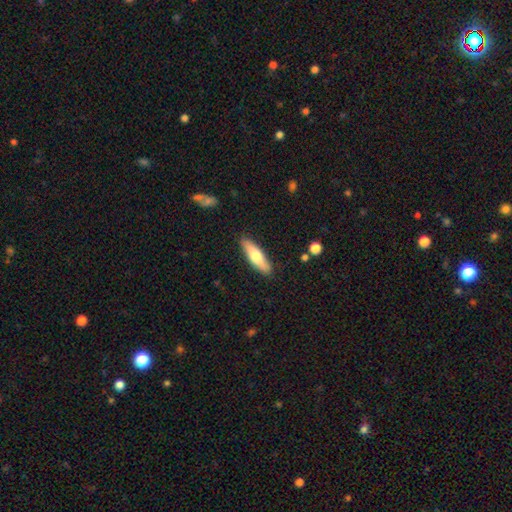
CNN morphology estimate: This is likely a smooth galaxy (67%). How rounded: likely cigar-shaped (63%). Merging: clearly none (87%).